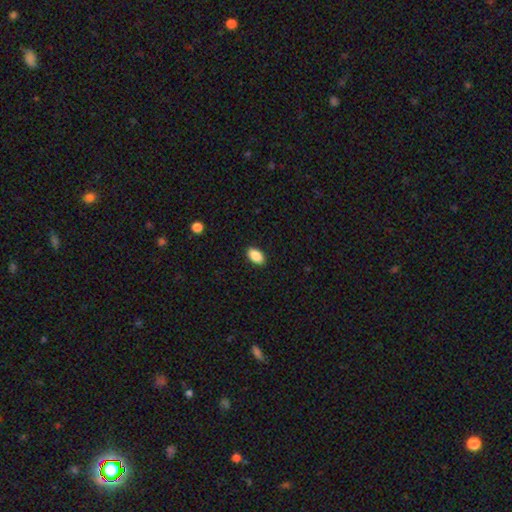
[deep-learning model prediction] smooth-or-featured: smooth: 89% | star or artifact: 7% | featured or disk: 4%
  how-rounded: in between: 93% | round: 5% | cigar-shaped: 2%
  merging: none: 90% | minor disturbance: 8% | major disturbance: 2% | merger: 1%